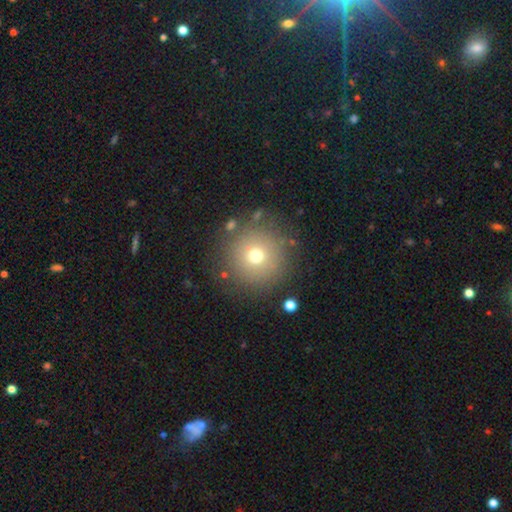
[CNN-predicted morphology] smooth_or_featured: smooth (p=0.67) [alt: star or artifact p=0.17]
how_rounded: round (p=0.96) [alt: in between p=0.03]
merging: none (p=0.85) [alt: minor disturbance p=0.08]